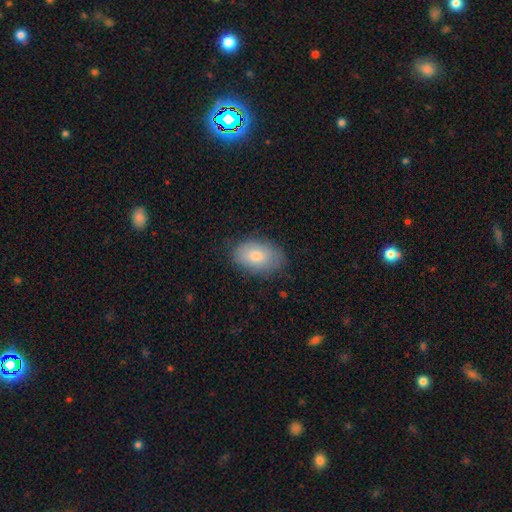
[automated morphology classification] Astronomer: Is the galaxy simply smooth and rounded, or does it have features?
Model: smooth — 79%.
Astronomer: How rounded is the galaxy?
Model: in between — 90%.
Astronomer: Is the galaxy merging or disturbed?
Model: none — 79%.